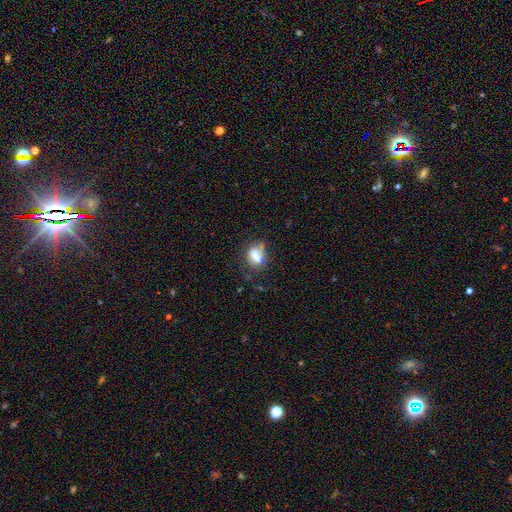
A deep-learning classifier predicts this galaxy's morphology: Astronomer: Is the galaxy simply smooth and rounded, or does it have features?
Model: smooth — 63%.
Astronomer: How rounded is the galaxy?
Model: in between — 66%.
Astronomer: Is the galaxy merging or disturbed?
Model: none — 41% (runner-up: minor disturbance, 25%).